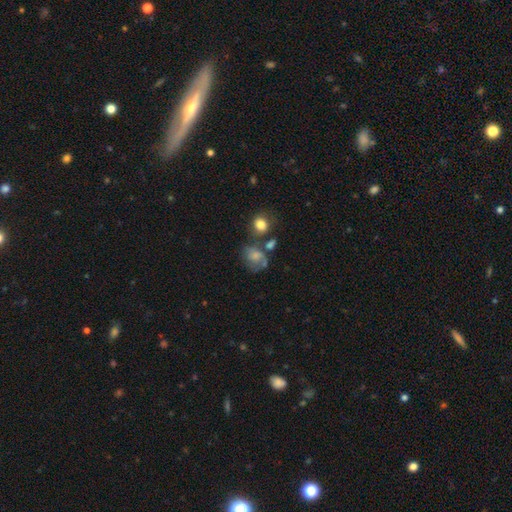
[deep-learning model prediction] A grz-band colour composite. It shows a smooth galaxy with no disk features (58%) that is round (51%). Merging: none (36%).